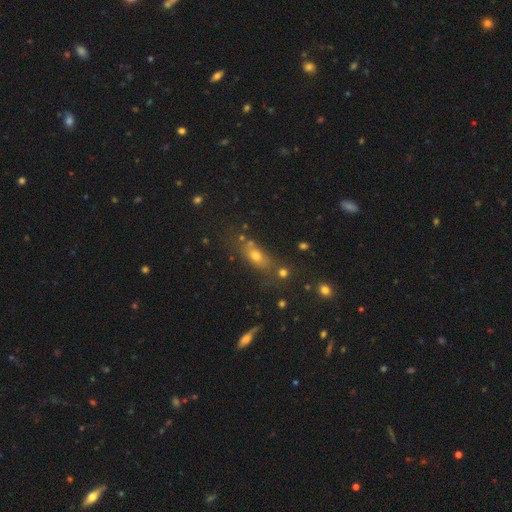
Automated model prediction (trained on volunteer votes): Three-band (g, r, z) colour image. It shows a smooth galaxy with no disk features (59%) that is in between round and cigar-shaped (61%). Merging: none (63%).